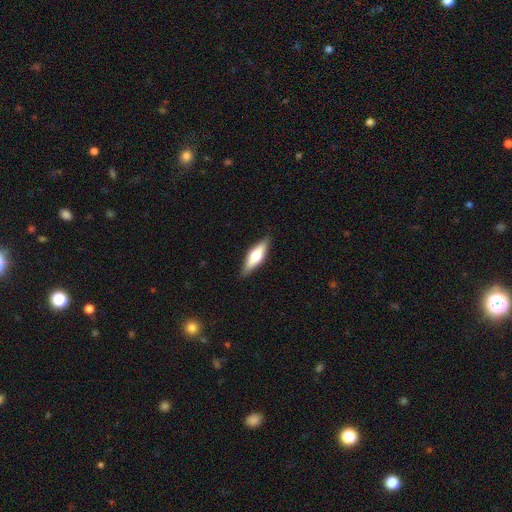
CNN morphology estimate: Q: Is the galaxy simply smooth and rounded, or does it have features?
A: smooth — 50%.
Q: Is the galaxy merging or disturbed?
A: none — 87%.